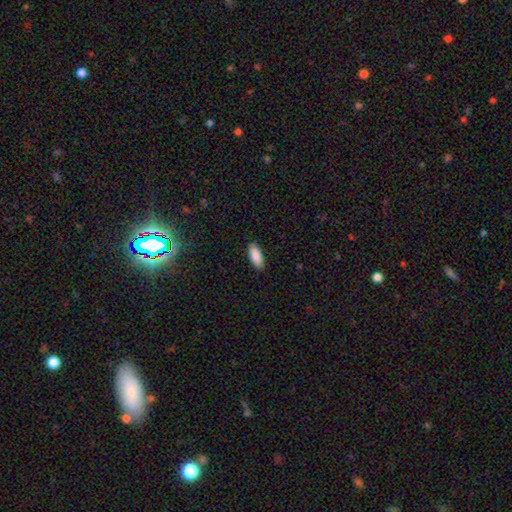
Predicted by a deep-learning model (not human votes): smooth-or-featured: smooth: 90% | star or artifact: 6% | featured or disk: 4%
  how-rounded: in between: 80% | cigar-shaped: 19% | round: 2%
  merging: none: 89% | minor disturbance: 8% | major disturbance: 2% | merger: 1%